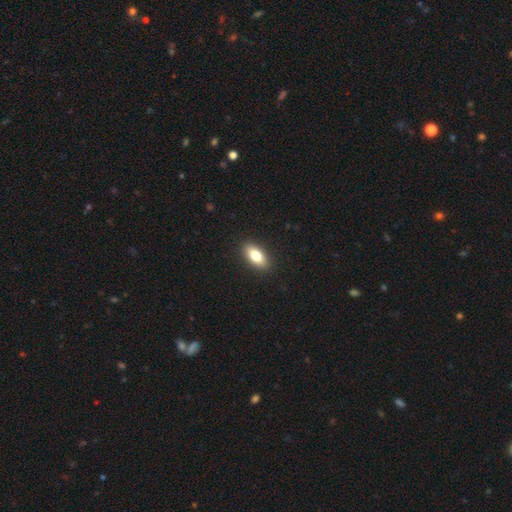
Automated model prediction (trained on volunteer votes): Smooth or featured: smooth — 78% (featured or disk — 15%)
How rounded: in between — 85% (cigar-shaped — 11%)
Merging: none — 90% (minor disturbance — 7%)